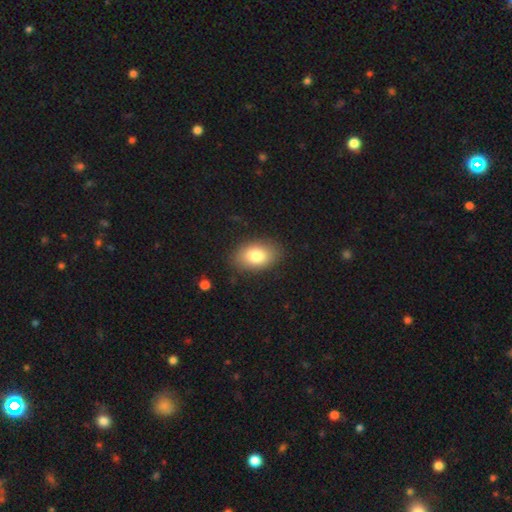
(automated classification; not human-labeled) This is clearly a smooth galaxy (81%). How rounded: clearly in between (87%). Merging: clearly none (84%).